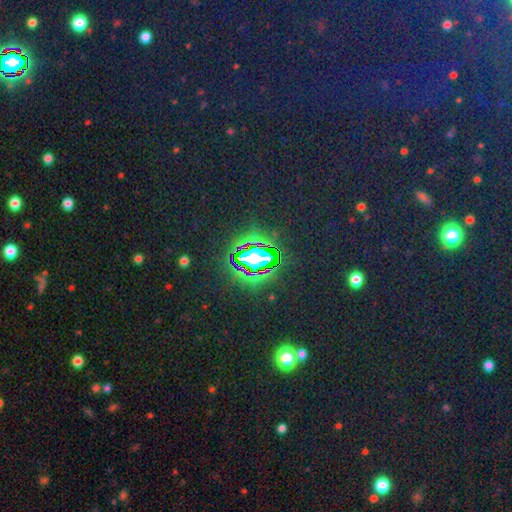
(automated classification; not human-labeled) Smooth or featured? Predicted: star or artifact (p=0.76).